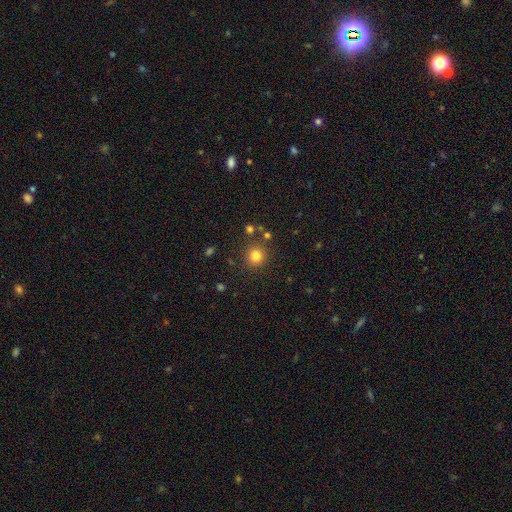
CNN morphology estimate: smooth-or-featured: smooth: 81% | star or artifact: 14% | featured or disk: 6%
  how-rounded: round: 93% | in between: 6% | cigar-shaped: 1%
  merging: none: 86% | minor disturbance: 7% | merger: 4% | major disturbance: 3%